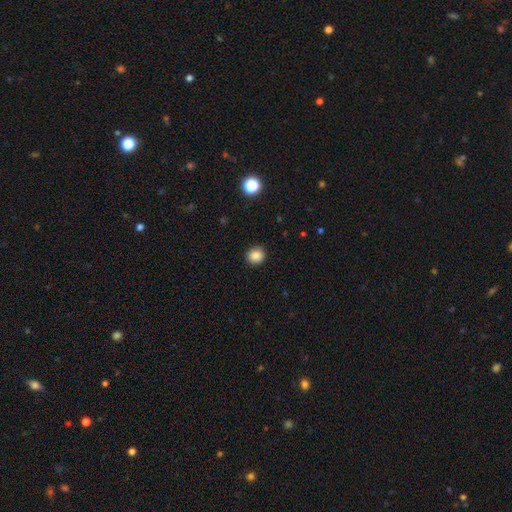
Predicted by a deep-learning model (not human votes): A smooth galaxy with no disk features (87%) that is round (85%). Merging: none (90%).